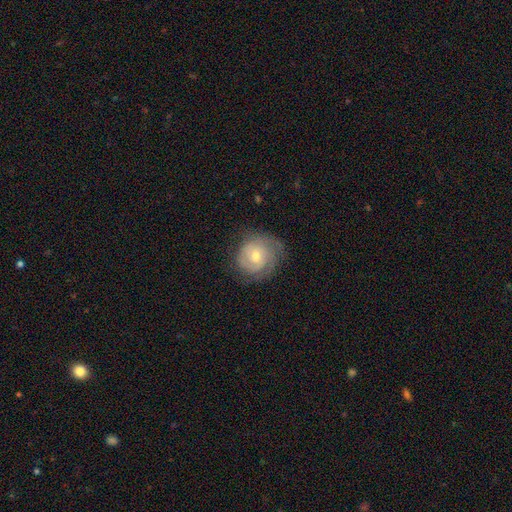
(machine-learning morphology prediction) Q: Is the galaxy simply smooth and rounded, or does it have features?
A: featured or disk — 69%.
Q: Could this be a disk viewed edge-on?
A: no — 97%.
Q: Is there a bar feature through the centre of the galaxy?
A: no — 70%.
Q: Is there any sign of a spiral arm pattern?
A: yes — 88%.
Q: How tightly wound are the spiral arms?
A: tight — 69%.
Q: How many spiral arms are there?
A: can't tell — 35%.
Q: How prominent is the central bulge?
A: moderate — 58%.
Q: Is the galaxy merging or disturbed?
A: none — 72%.